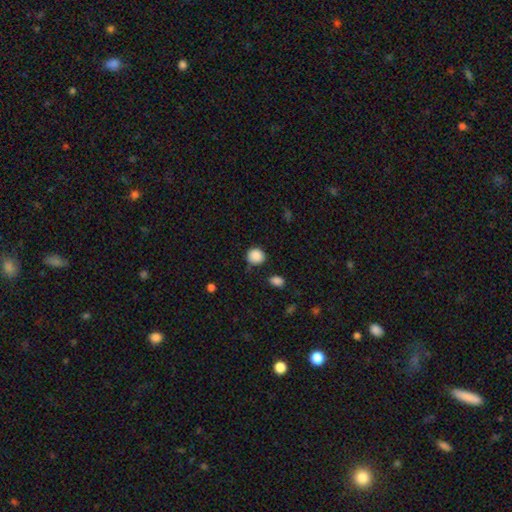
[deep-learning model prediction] Q: Smooth or featured?
A: smooth (88%); runner-up: star or artifact (9%)
Q: How rounded?
A: round (87%); runner-up: in between (12%)
Q: Merging?
A: none (79%); runner-up: minor disturbance (14%)